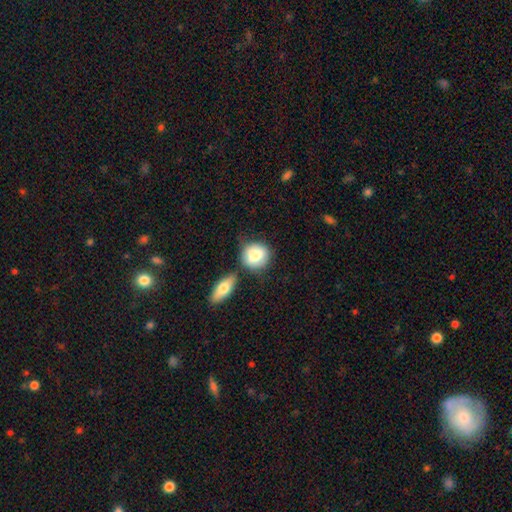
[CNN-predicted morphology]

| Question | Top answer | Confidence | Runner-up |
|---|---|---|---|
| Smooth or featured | smooth | 79% | featured or disk (14%) |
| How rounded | round | 75% | in between (24%) |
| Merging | none | 59% | merger (20%) |